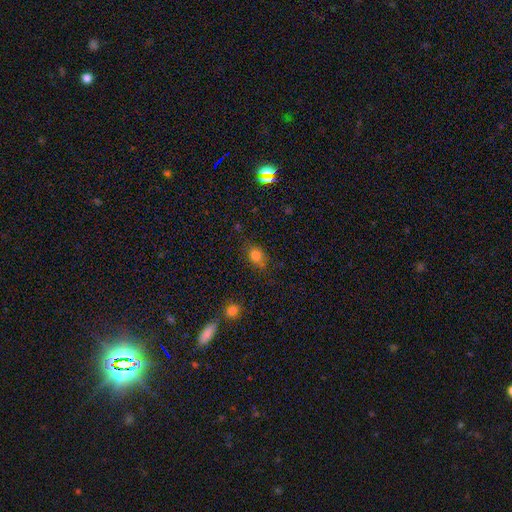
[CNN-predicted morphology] smooth_or_featured: smooth (p=0.76) [alt: star or artifact p=0.15]
how_rounded: in between (p=0.61) [alt: round p=0.37]
merging: none (p=0.73) [alt: minor disturbance p=0.18]